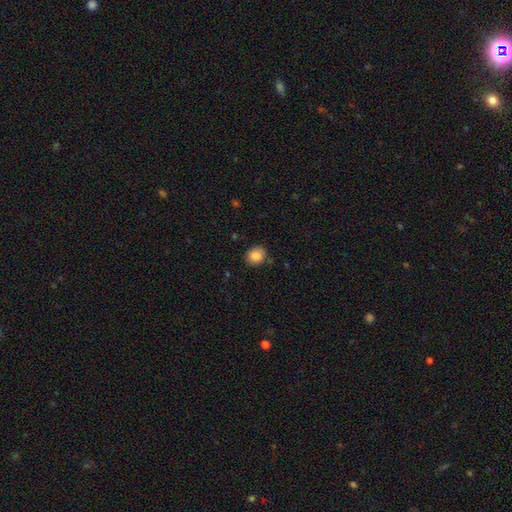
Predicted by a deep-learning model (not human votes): smooth 86%, star or artifact 9%, featured or disk 6%. Down the decision tree: how rounded — round (60%); merging — none (82%).